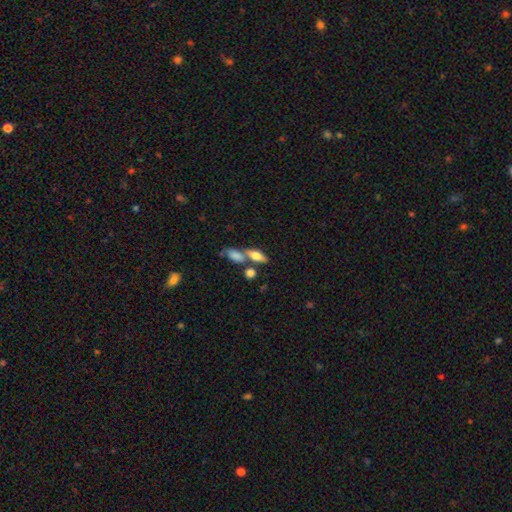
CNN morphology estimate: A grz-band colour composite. It shows a smooth galaxy with no disk features (62%) that is in between round and cigar-shaped (71%). Merging: none (47%).